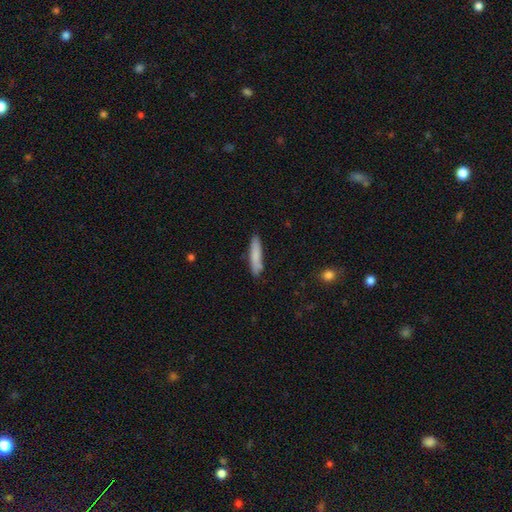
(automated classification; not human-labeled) Q: Smooth or featured?
A: smooth (82%); runner-up: featured or disk (12%)
Q: How rounded?
A: cigar-shaped (85%); runner-up: in between (13%)
Q: Merging?
A: none (84%); runner-up: minor disturbance (12%)